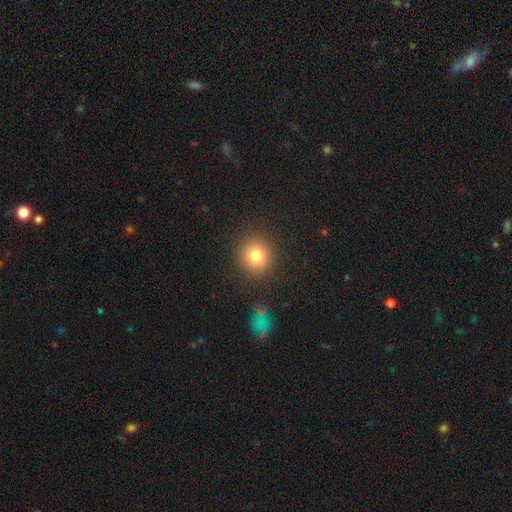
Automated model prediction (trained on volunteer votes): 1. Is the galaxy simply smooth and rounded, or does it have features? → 81% smooth, 11% star or artifact, 8% featured or disk.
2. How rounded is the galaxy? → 89% round, 10% in between, 1% cigar-shaped.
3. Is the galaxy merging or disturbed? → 89% none, 7% minor disturbance, 3% major disturbance, 2% merger.